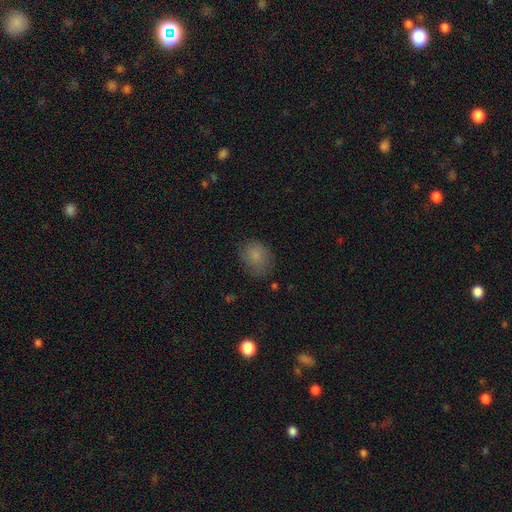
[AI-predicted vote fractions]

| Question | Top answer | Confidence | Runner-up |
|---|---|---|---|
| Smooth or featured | smooth | 81% | star or artifact (10%) |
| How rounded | round | 50% | in between (49%) |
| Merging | none | 70% | minor disturbance (22%) |